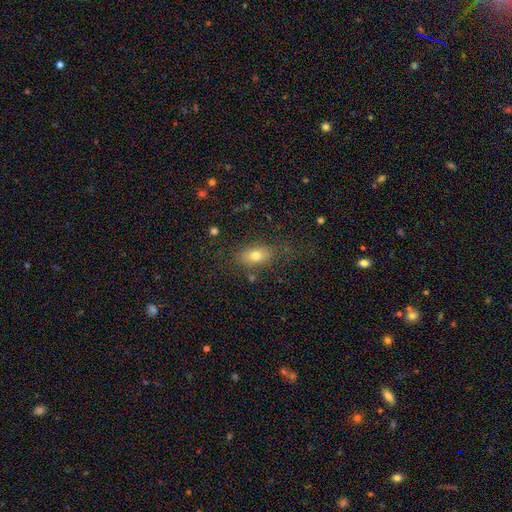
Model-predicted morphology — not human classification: smooth-or-featured: smooth: 73% | featured or disk: 16% | star or artifact: 11%
  how-rounded: in between: 82% | round: 13% | cigar-shaped: 5%
  merging: none: 76% | minor disturbance: 15% | major disturbance: 6% | merger: 3%